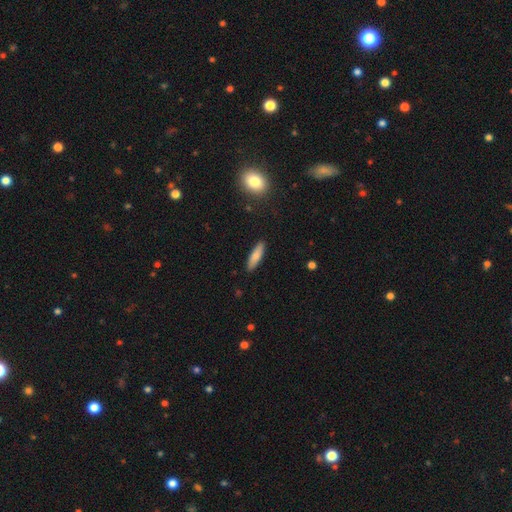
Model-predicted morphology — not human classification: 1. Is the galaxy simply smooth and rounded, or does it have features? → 78% smooth, 16% featured or disk, 7% star or artifact.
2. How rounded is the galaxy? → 64% cigar-shaped, 34% in between, 2% round.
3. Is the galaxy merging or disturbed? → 89% none, 8% minor disturbance, 2% major disturbance, 1% merger.